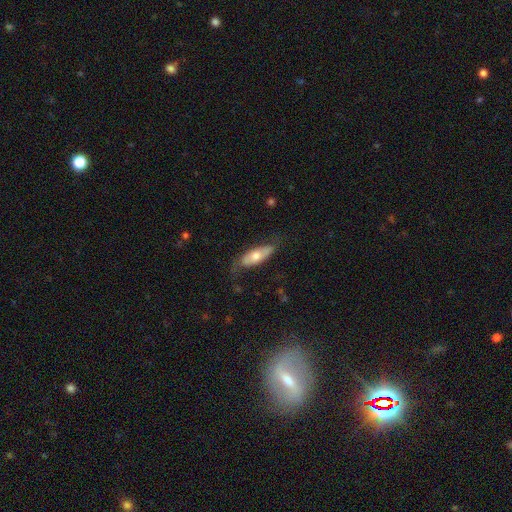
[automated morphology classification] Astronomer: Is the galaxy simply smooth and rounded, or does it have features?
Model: smooth — 58% (runner-up: featured or disk, 37%).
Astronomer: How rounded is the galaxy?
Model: in between — 70%.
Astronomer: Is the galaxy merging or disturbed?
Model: none — 66%.